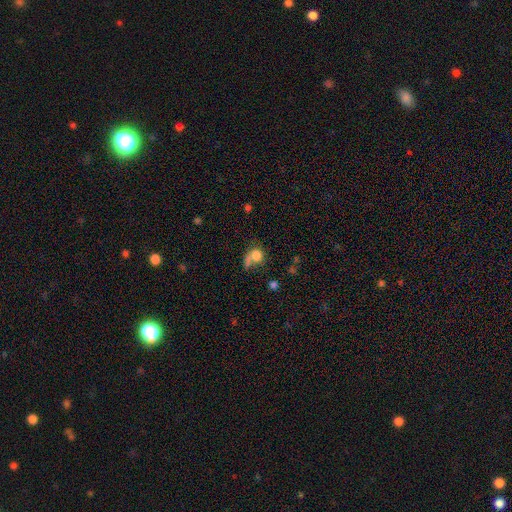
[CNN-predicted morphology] Smooth or featured? Predicted: smooth (p=0.75). How rounded? Predicted: round (p=0.72). Merging? Predicted: none (p=0.36).